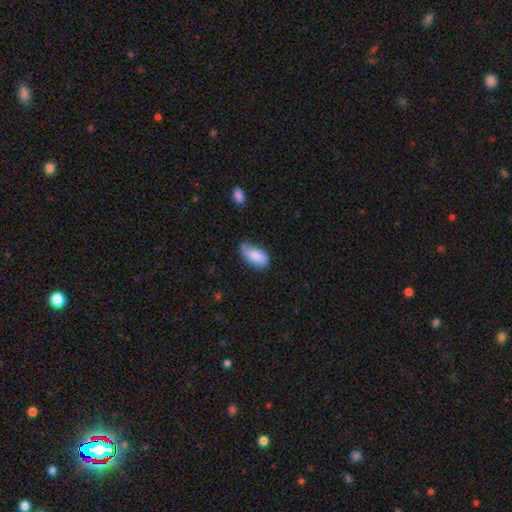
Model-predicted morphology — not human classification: smooth-or-featured: smooth: 69% | featured or disk: 24% | star or artifact: 7%
  how-rounded: in between: 92% | cigar-shaped: 5% | round: 3%
  merging: none: 47% | minor disturbance: 39% | major disturbance: 11% | merger: 3%